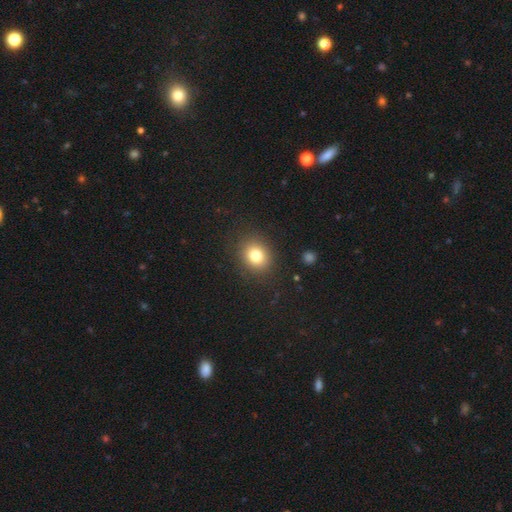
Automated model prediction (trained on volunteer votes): smooth-or-featured: smooth: 79% | star or artifact: 13% | featured or disk: 8%
  how-rounded: round: 69% | in between: 31% | cigar-shaped: 1%
  merging: none: 87% | minor disturbance: 8% | major disturbance: 3% | merger: 1%